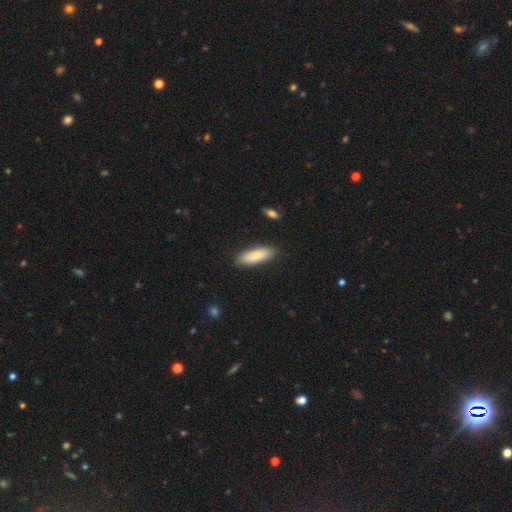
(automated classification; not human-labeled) smooth 84%, featured or disk 10%, star or artifact 5%. Down the decision tree: how rounded — in between (56%); merging — none (87%).